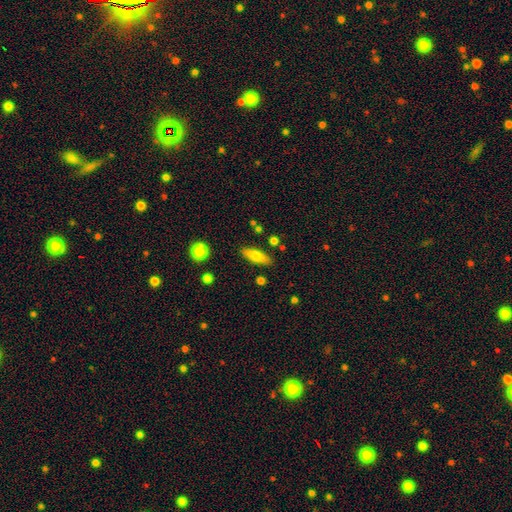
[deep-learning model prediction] A smooth galaxy with no disk features (70%) that is in between round and cigar-shaped (59%). Merging: none (85%).